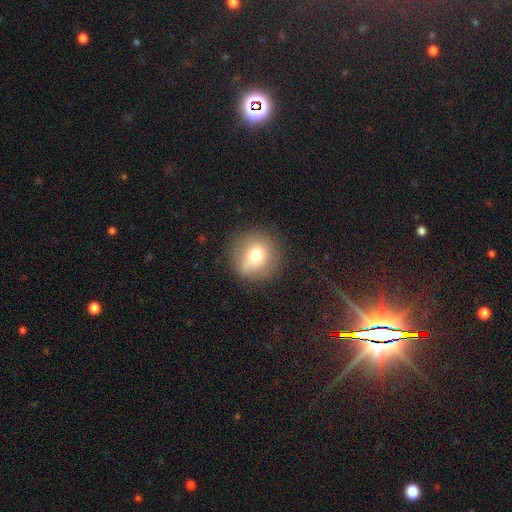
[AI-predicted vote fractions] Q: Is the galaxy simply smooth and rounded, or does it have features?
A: smooth — 70%.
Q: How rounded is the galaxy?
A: round — 92%.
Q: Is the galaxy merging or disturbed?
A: none — 83%.